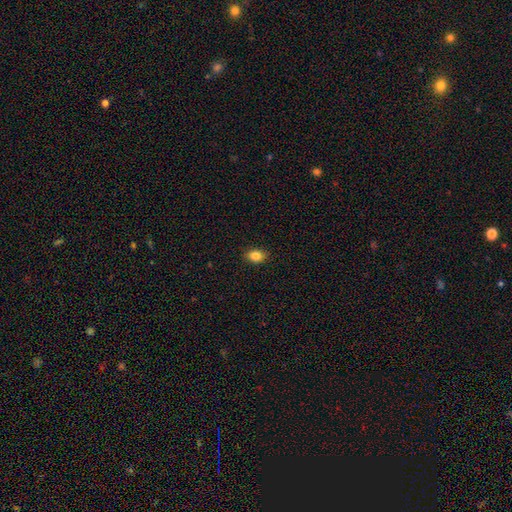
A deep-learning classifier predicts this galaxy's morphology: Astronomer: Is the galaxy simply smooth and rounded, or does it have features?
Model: smooth — 85%.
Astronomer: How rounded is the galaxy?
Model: in between — 69%.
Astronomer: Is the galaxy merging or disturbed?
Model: none — 88%.